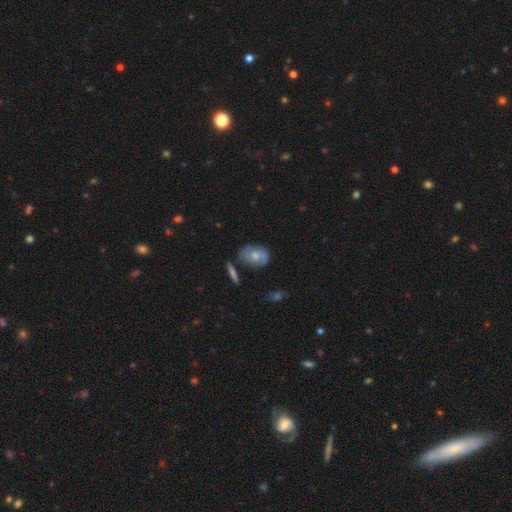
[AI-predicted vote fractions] The model was most divided on "smooth or featured": smooth: 55%, featured or disk: 37%, star or artifact: 7%. More confident: how rounded — in between (68%); merging — none (60%).